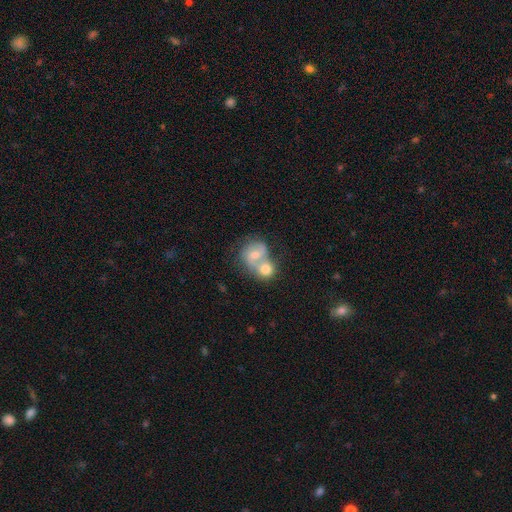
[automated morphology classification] A smooth galaxy with no disk features (48%). Merging: merger (73%).